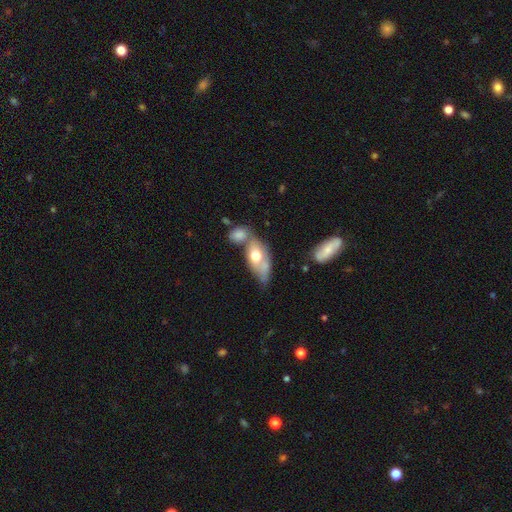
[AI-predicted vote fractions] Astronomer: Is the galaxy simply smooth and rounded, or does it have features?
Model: smooth — 57% (runner-up: featured or disk, 37%).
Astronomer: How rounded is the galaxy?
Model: in between — 84%.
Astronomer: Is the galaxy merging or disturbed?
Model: merger — 42% (runner-up: none, 25%).